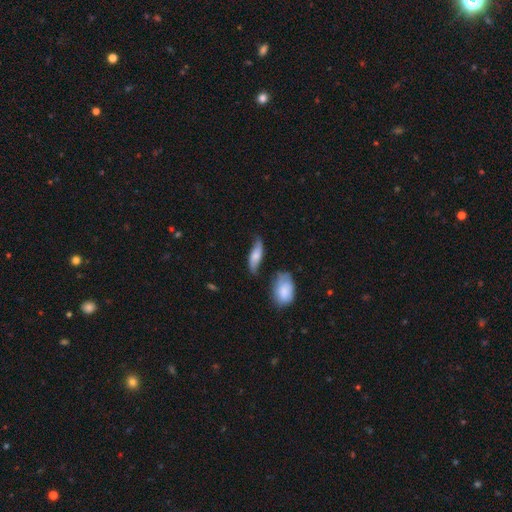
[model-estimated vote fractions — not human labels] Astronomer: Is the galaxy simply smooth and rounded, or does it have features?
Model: smooth — 57% (runner-up: featured or disk, 36%).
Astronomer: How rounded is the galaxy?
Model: in between — 63%.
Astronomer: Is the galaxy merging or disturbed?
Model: none — 59%.